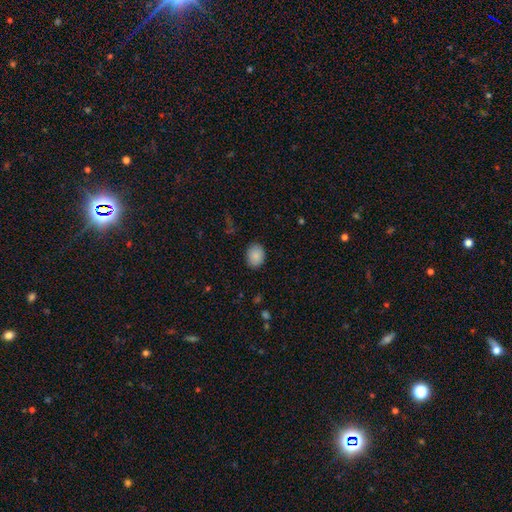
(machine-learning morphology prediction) This appears to be a smooth galaxy with no disk features (88%) that is in between round and cigar-shaped (67%). Merging: none (87%).